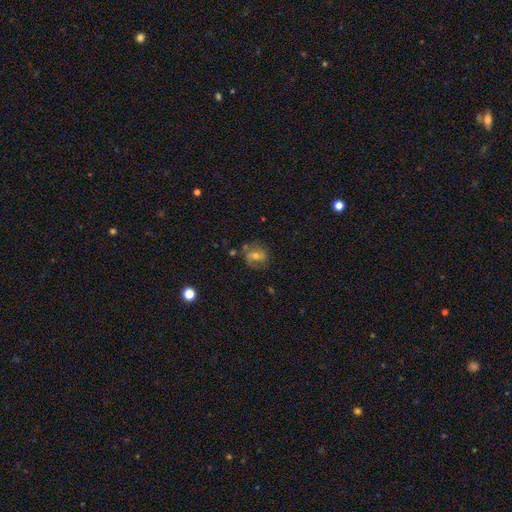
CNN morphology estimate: Q: Smooth or featured?
A: featured or disk (54%); runner-up: smooth (33%)
Q: Edge-on disk?
A: no (96%); runner-up: yes (4%)
Q: Bar?
A: weak (42%); runner-up: no (41%)
Q: Spiral arms?
A: yes (73%); runner-up: no (27%)
Q: Bulge size?
A: moderate (56%); runner-up: small (37%)
Q: Merging?
A: none (69%); runner-up: minor disturbance (18%)